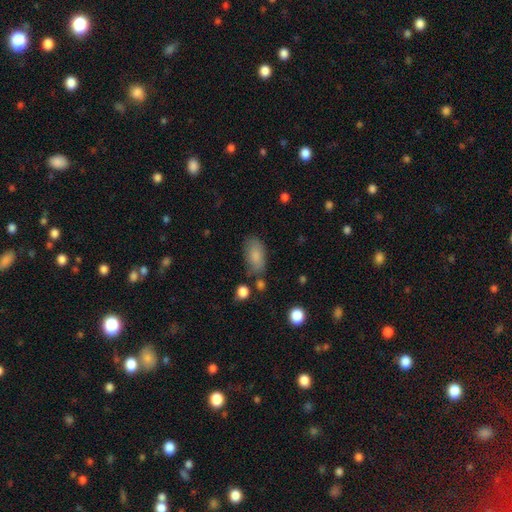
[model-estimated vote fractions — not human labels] This is clearly a smooth galaxy (83%). How rounded: clearly in between (92%). Merging: likely none (67%).